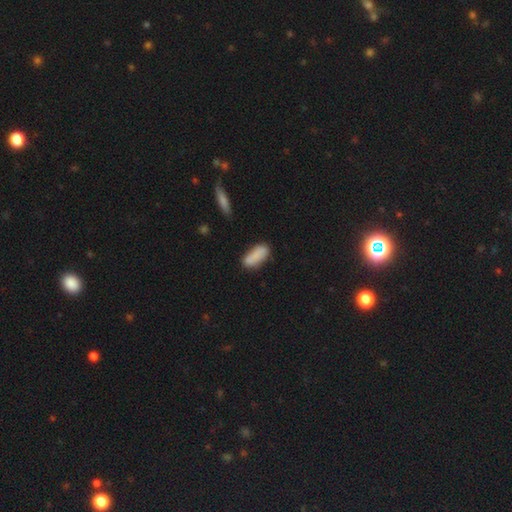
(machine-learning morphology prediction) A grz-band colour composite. It shows a smooth galaxy with no disk features (83%) that is in between round and cigar-shaped (77%). Merging: none (66%).